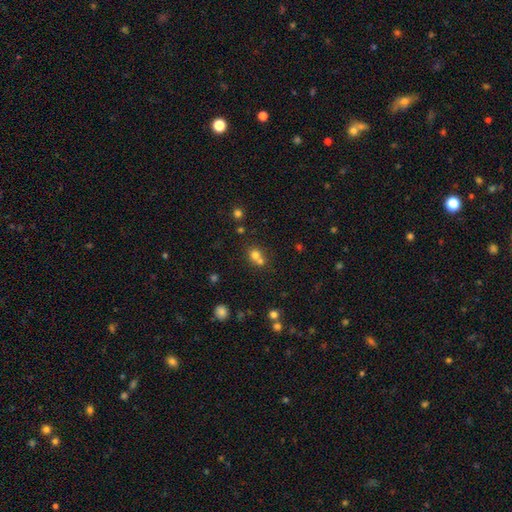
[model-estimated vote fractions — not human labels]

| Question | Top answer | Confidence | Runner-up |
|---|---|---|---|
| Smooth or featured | smooth | 71% | star or artifact (17%) |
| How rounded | round | 78% | in between (21%) |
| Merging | merger | 53% | none (38%) |